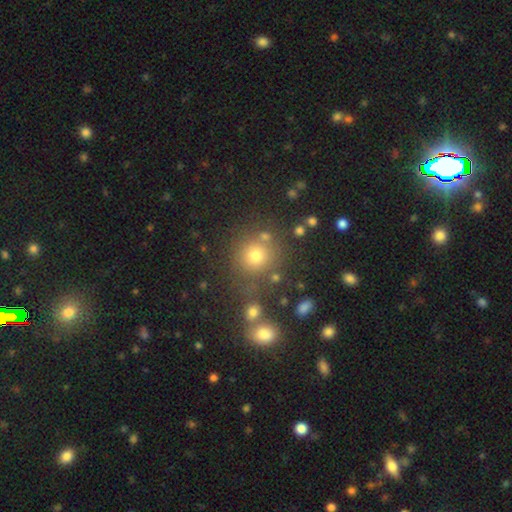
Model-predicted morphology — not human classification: smooth-or-featured: smooth: 72% | star or artifact: 19% | featured or disk: 9%
  how-rounded: round: 90% | in between: 9% | cigar-shaped: 1%
  merging: none: 75% | merger: 11% | minor disturbance: 10% | major disturbance: 5%